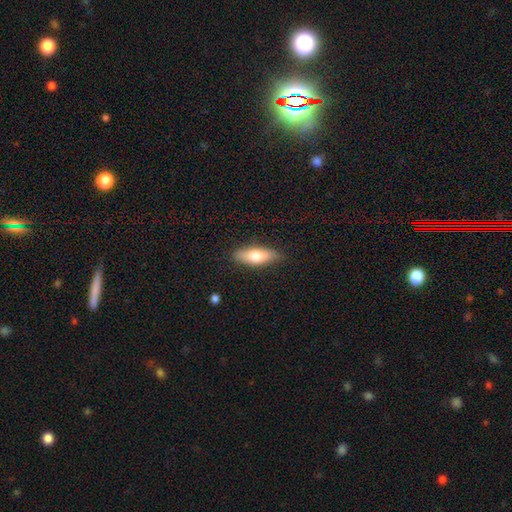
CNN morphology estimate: Smooth or featured?
  - smooth: 71% *
  - featured or disk: 23%
  - star or artifact: 6%
How rounded?
  - in between: 59% *
  - cigar-shaped: 39%
  - round: 3%
Merging?
  - none: 85% *
  - minor disturbance: 11%
  - major disturbance: 2%
  - merger: 1%